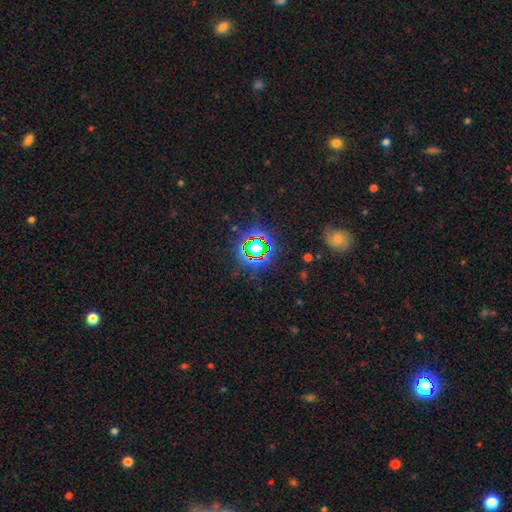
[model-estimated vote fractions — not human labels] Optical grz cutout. It shows a star or artifact, not a galaxy (78%).